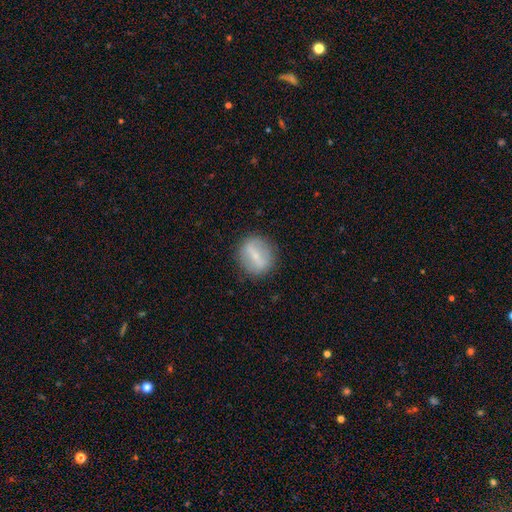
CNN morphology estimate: Smooth or featured? Predicted: smooth (p=0.50). Merging? Predicted: none (p=0.84).